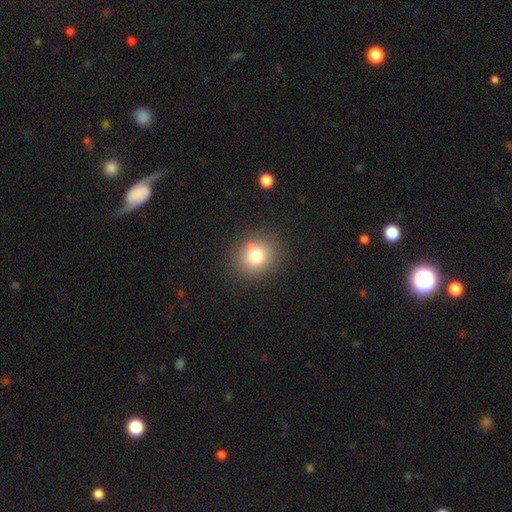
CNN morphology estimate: Smooth or featured? Predicted: smooth (p=0.77). How rounded? Predicted: round (p=0.77). Merging? Predicted: none (p=0.80).